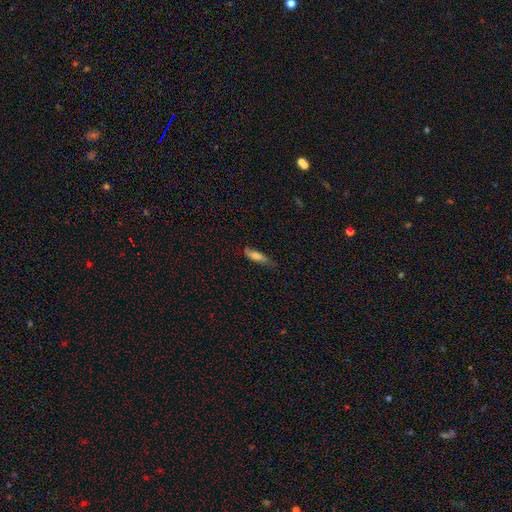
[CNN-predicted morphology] type=smooth (64%); roundness=cigar-shaped (63%); merging=none (68%).